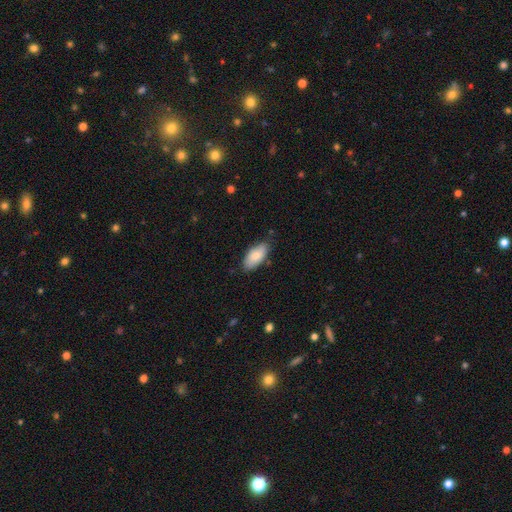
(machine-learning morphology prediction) A smooth galaxy with no disk features (83%) that is in between round and cigar-shaped (91%).

Vote fractions:
- Smooth or featured? smooth: 83% / featured or disk: 11% / star or artifact: 6%
- How rounded? in between: 91% / cigar-shaped: 7% / round: 2%
- Merging? none: 79% / minor disturbance: 16% / major disturbance: 3% / merger: 2%